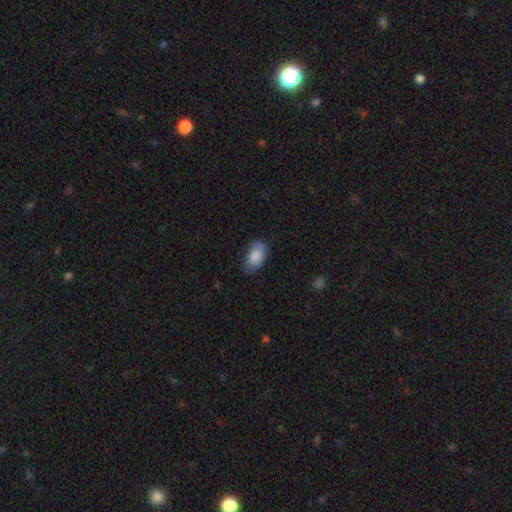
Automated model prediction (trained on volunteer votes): Smooth or featured? smooth (87%)
How rounded? in between (93%)
Merging? none (72%)